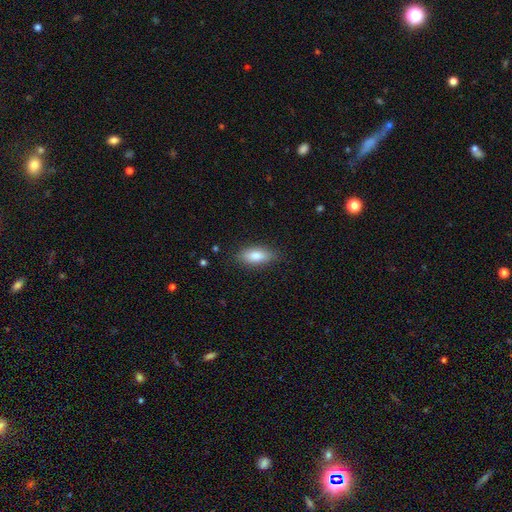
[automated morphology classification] Smooth or featured?
  - smooth: 81% *
  - featured or disk: 12%
  - star or artifact: 7%
How rounded?
  - in between: 79% *
  - cigar-shaped: 18%
  - round: 3%
Merging?
  - none: 84% *
  - minor disturbance: 12%
  - major disturbance: 3%
  - merger: 1%